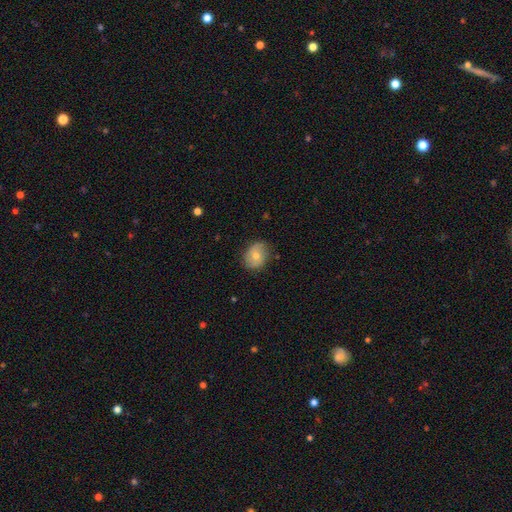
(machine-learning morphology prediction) smooth 53%, featured or disk 37%, star or artifact 10%. Down the decision tree: how rounded — round (55%); merging — none (76%).